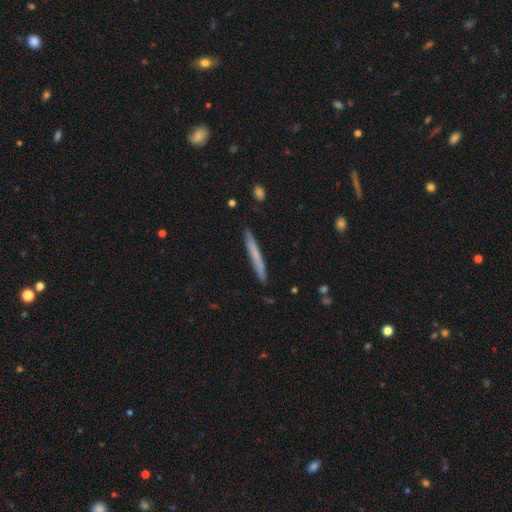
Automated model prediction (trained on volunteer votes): This is likely a smooth galaxy (64%). How rounded: clearly cigar-shaped (97%). Merging: clearly none (89%).